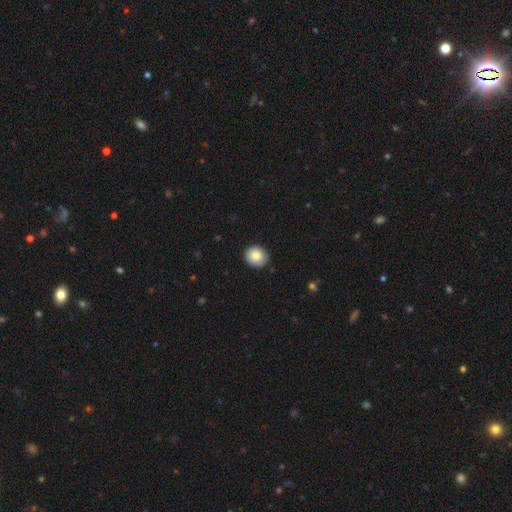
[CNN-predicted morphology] Overall: smooth (83%). How rounded: round (85%). Merging: none (87%).